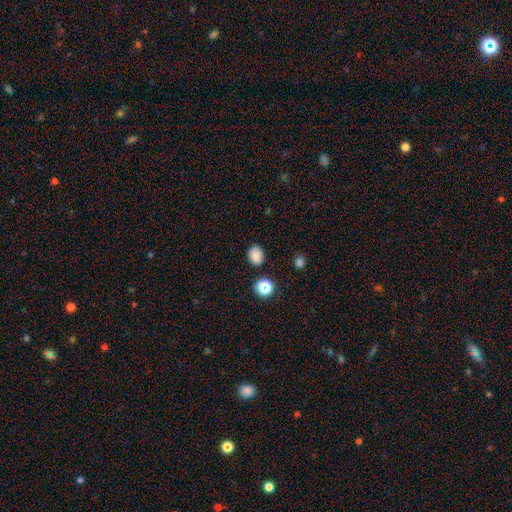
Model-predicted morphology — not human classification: Q: Smooth or featured?
A: smooth (83%); runner-up: star or artifact (13%)
Q: How rounded?
A: in between (54%); runner-up: round (45%)
Q: Merging?
A: none (84%); runner-up: minor disturbance (10%)